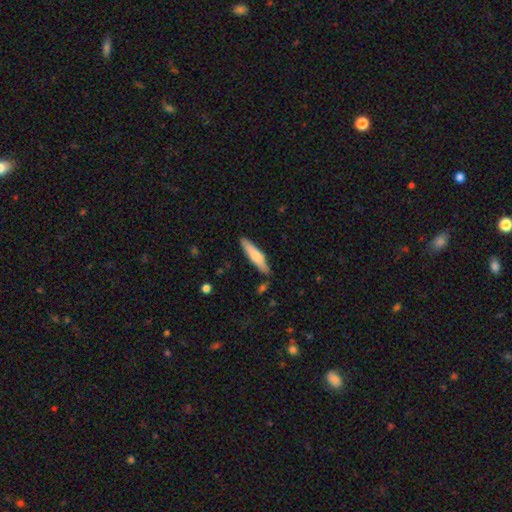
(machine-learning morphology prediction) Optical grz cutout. It shows a smooth galaxy with no disk features (68%) that is cigar-shaped (80%). Merging: none (84%).